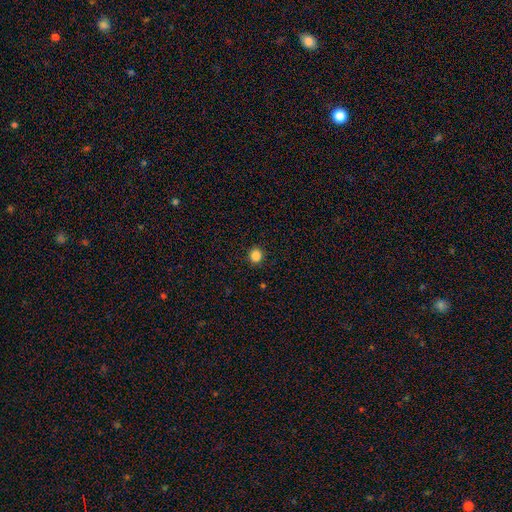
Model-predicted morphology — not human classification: A smooth galaxy with no disk features (85%) that is round (88%). Merging: none (92%).